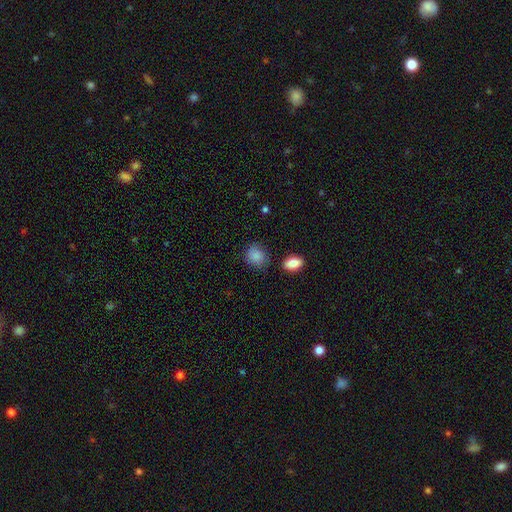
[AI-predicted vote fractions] Morphology: type=smooth (87%); roundness=round (65%); merging=none (76%).